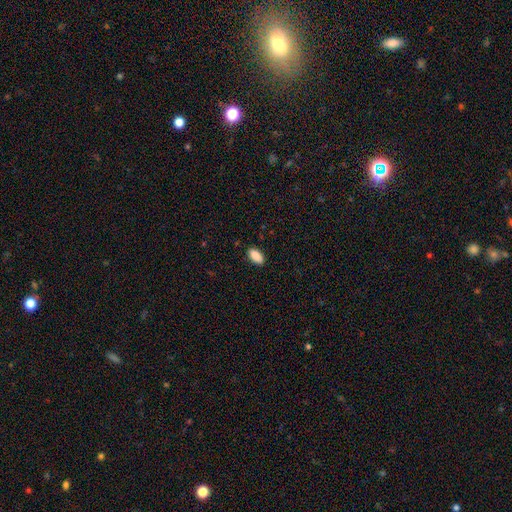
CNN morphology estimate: Smooth or featured: smooth — 90% (star or artifact — 7%)
How rounded: in between — 93% (cigar-shaped — 4%)
Merging: none — 88% (minor disturbance — 9%)